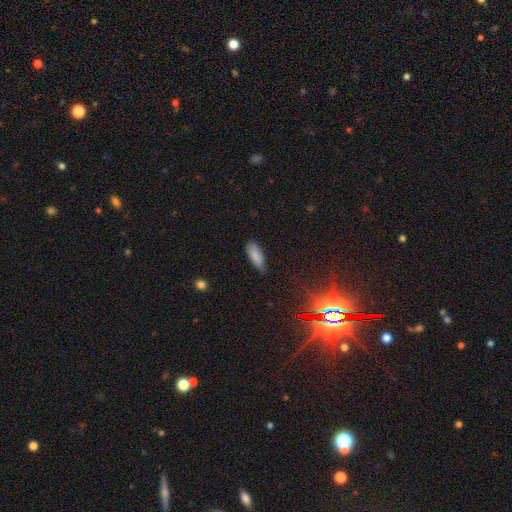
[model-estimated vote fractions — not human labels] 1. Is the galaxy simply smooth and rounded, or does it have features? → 85% smooth, 9% star or artifact, 7% featured or disk.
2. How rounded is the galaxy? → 78% in between, 20% cigar-shaped, 2% round.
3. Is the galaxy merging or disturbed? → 70% none, 25% minor disturbance, 4% major disturbance, 1% merger.